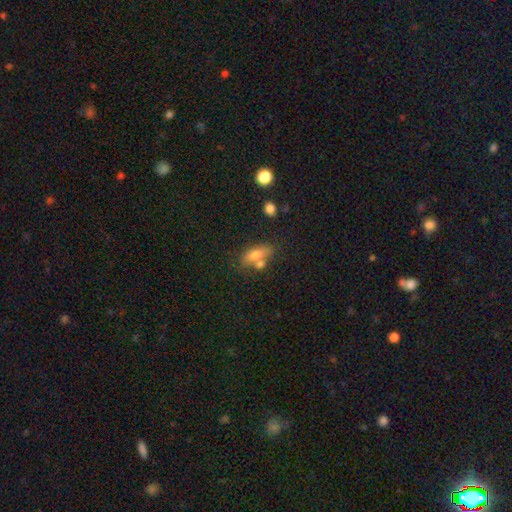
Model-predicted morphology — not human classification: Smooth or featured? Predicted: smooth (p=0.73). How rounded? Predicted: in between (p=0.76). Merging? Predicted: none (p=0.43).